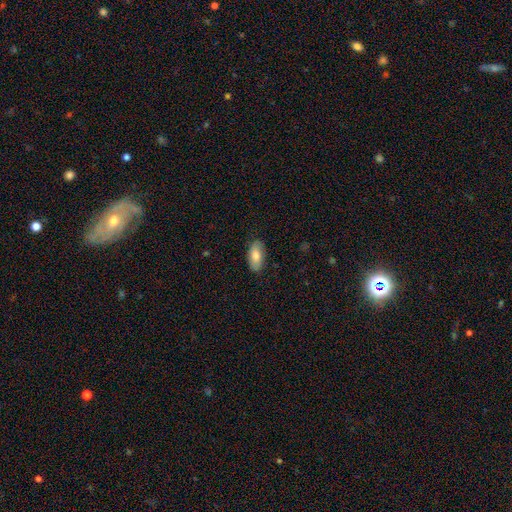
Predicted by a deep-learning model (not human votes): Smooth or featured: smooth — 78% (featured or disk — 16%)
How rounded: in between — 91% (cigar-shaped — 7%)
Merging: none — 85% (minor disturbance — 12%)